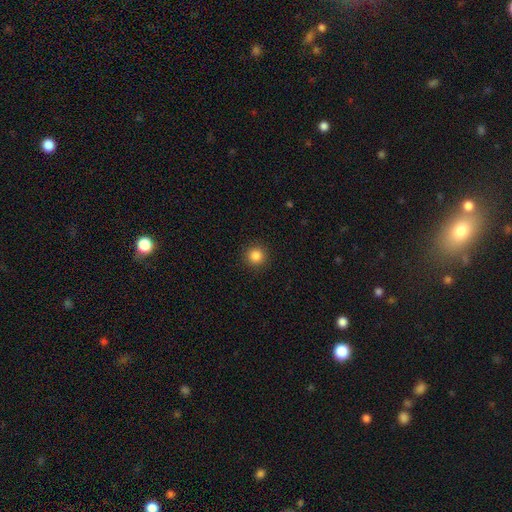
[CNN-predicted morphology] Smooth or featured?
  - smooth: 85% *
  - star or artifact: 11%
  - featured or disk: 4%
How rounded?
  - round: 95% *
  - in between: 4%
  - cigar-shaped: 1%
Merging?
  - none: 93% *
  - minor disturbance: 5%
  - major disturbance: 2%
  - merger: 1%